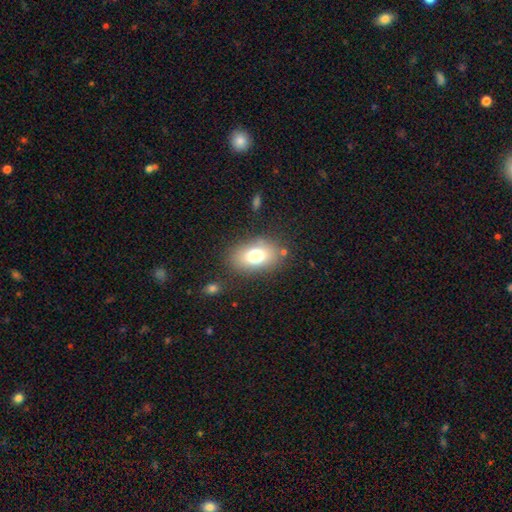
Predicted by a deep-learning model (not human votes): The model was most divided on "smooth or featured": smooth: 74%, featured or disk: 15%, star or artifact: 11%. More confident: how rounded — in between (81%); merging — none (79%).